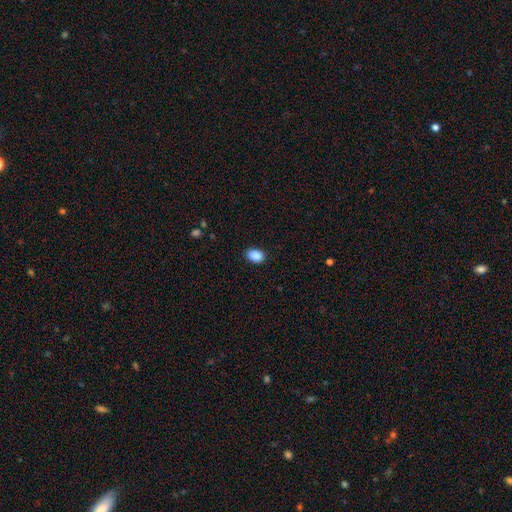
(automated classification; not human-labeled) The model was most divided on "how rounded": in between: 80%, round: 19%, cigar-shaped: 1%. More confident: smooth or featured — smooth (89%); merging — none (86%).